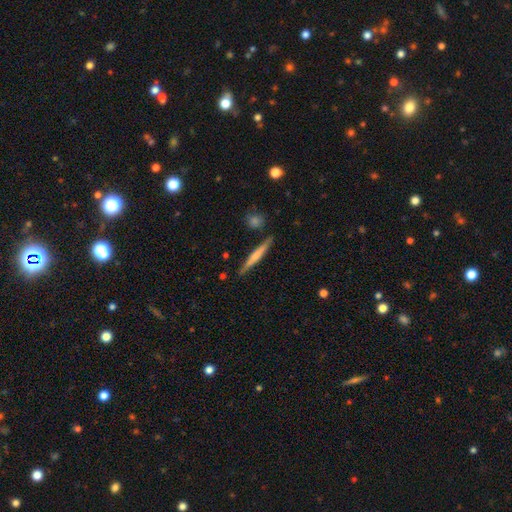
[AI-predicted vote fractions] Smooth or featured? featured or disk (48%)
Merging? none (87%)